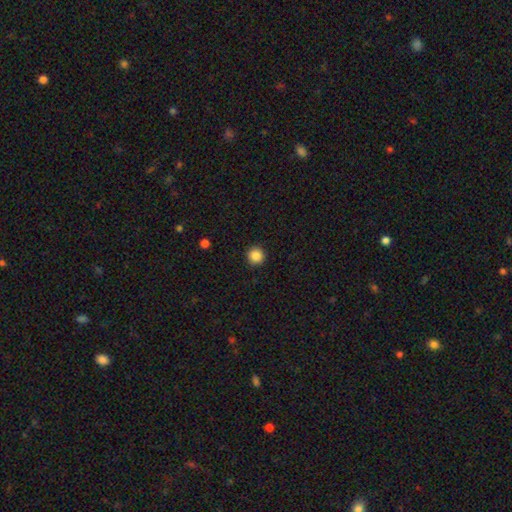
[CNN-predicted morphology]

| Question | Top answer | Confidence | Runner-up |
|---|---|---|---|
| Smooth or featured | smooth | 87% | star or artifact (10%) |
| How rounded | round | 95% | in between (4%) |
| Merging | none | 93% | minor disturbance (4%) |